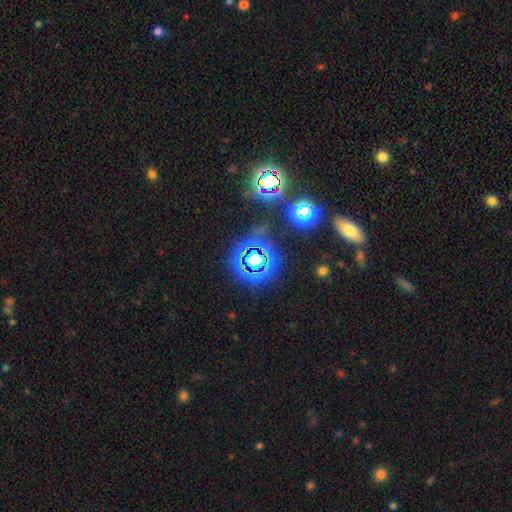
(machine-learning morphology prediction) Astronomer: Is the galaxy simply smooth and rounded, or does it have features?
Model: star or artifact — 70%.